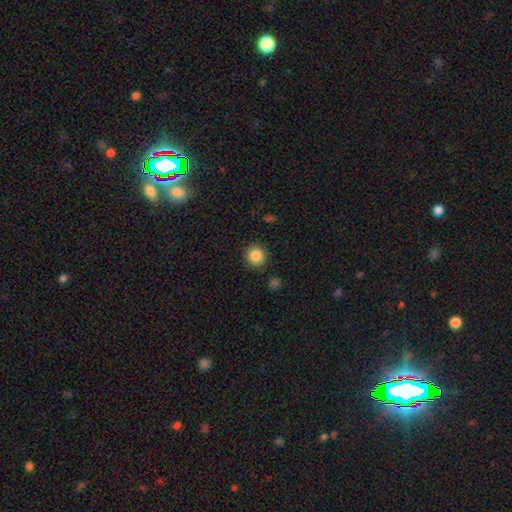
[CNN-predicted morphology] Q: Smooth or featured?
A: smooth (87%); runner-up: star or artifact (9%)
Q: How rounded?
A: round (91%); runner-up: in between (8%)
Q: Merging?
A: none (90%); runner-up: minor disturbance (6%)